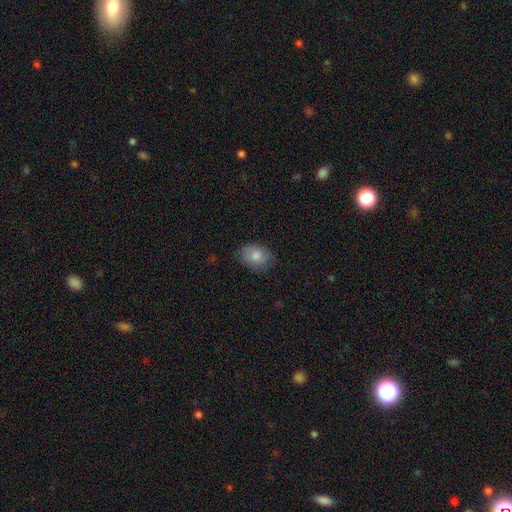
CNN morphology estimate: The model was most divided on "how rounded": in between: 60%, round: 39%, cigar-shaped: 1%. More confident: merging — none (83%); smooth or featured — smooth (79%).